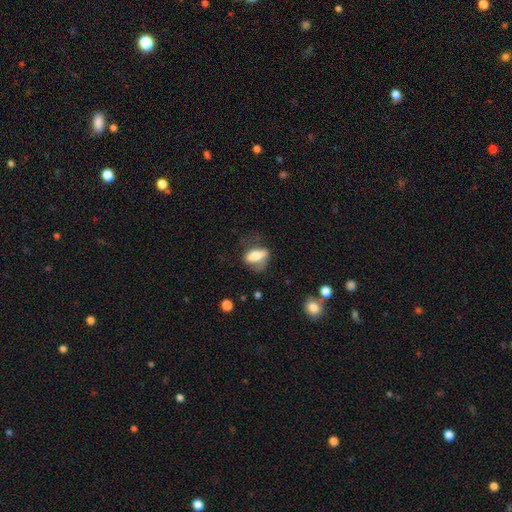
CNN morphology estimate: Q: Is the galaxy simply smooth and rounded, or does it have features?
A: smooth — 66%.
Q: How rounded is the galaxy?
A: in between — 74%.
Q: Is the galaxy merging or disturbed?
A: none — 51%.